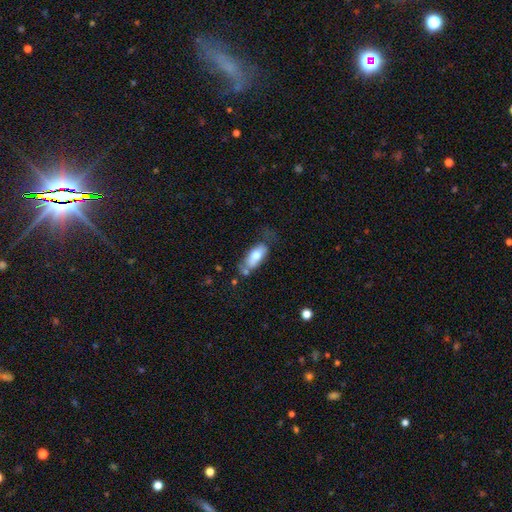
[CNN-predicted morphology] A smooth galaxy with no disk features (69%) that is in between round and cigar-shaped (84%). Merging: none (44%).